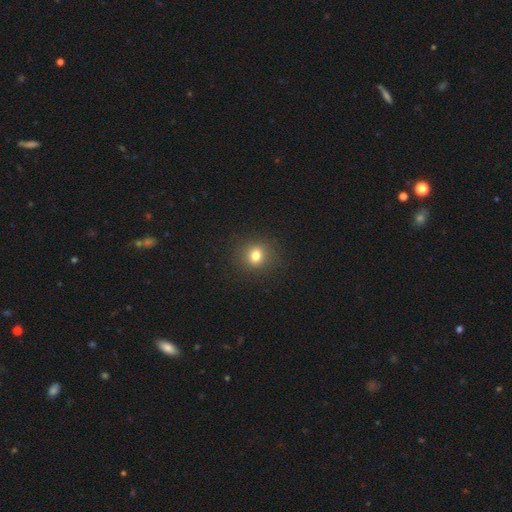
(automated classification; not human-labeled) This is likely a smooth galaxy (77%). How rounded: likely round (80%). Merging: clearly none (89%).